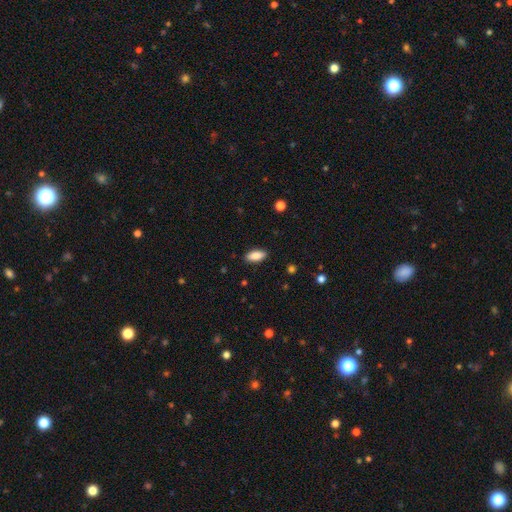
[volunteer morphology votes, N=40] Q: Smooth or featured?
A: smooth (88%); runner-up: star or artifact (10%)
Q: How rounded?
A: in between (83%); runner-up: cigar-shaped (17%)
Q: Merging?
A: none (89%); runner-up: minor disturbance (6%)